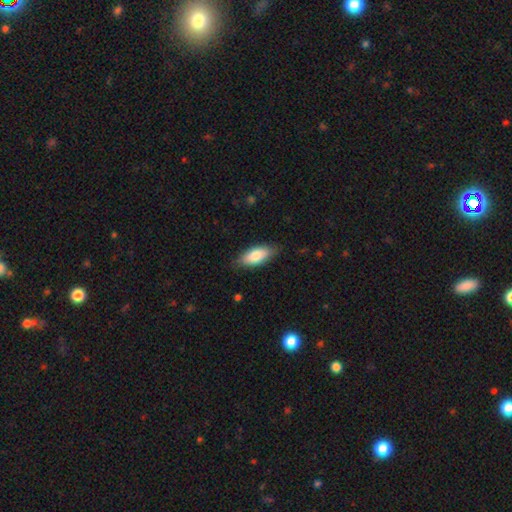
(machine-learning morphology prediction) smooth-or-featured: smooth: 80% | featured or disk: 14% | star or artifact: 6%
  how-rounded: in between: 83% | cigar-shaped: 14% | round: 2%
  merging: none: 81% | minor disturbance: 15% | major disturbance: 3% | merger: 1%